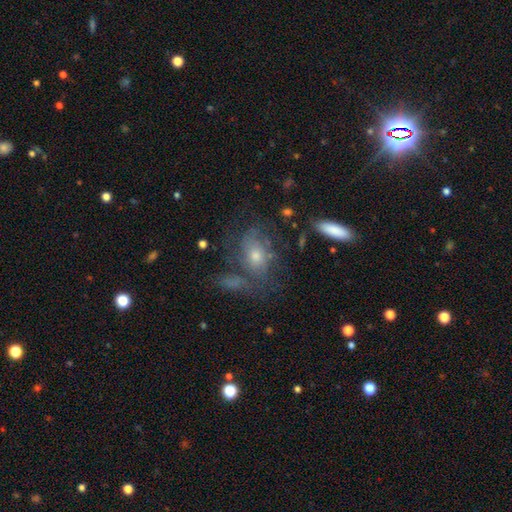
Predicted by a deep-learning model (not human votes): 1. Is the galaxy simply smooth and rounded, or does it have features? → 52% featured or disk, 35% smooth, 13% star or artifact.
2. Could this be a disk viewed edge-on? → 92% no, 8% yes.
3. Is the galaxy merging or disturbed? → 52% none, 19% minor disturbance, 18% major disturbance, 11% merger.